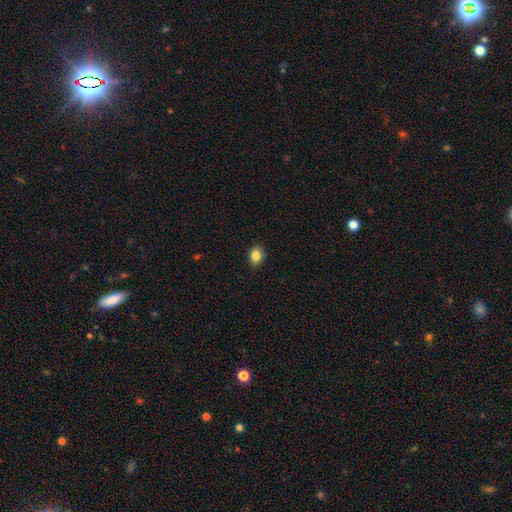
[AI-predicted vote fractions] Morphology: type=smooth (85%); roundness=in between (59%); merging=none (88%).